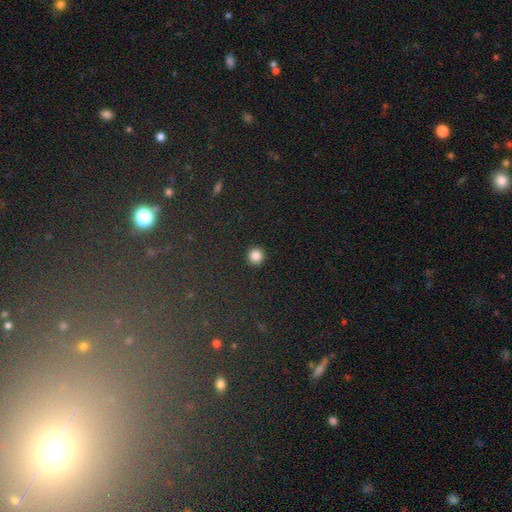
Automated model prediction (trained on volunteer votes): A smooth galaxy with no disk features (85%) that is round (96%). Merging: none (93%).